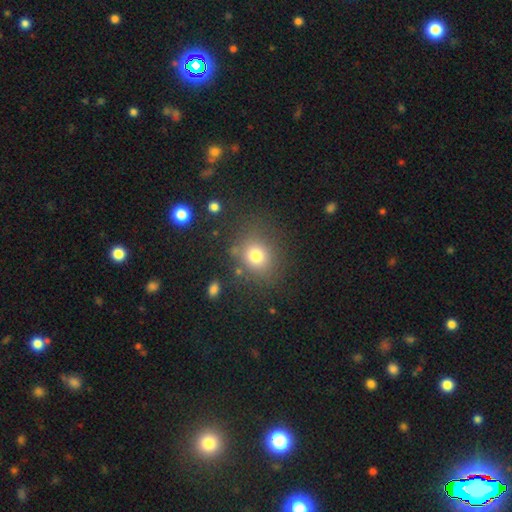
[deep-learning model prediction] A smooth galaxy with no disk features (77%) that is round (70%). Merging: none (77%).